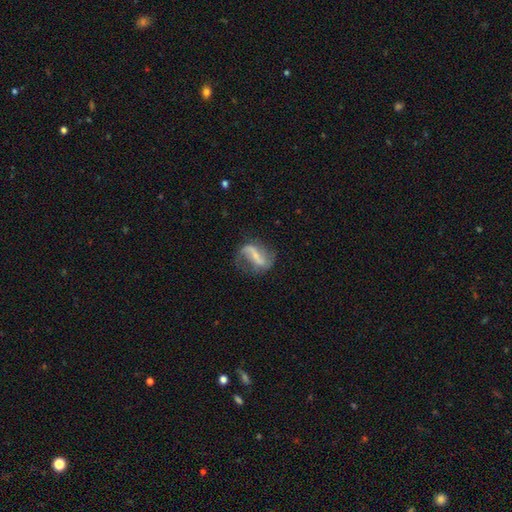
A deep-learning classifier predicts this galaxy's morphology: featured or disk 76%, smooth 16%, star or artifact 7%. Down the decision tree: edge-on disk — no (95%); bar — strong (50%); spiral arms — yes (86%); spiral arm count — 2 (83%); spiral winding — loose (72%); bulge size — small (51%); merging — none (57%).